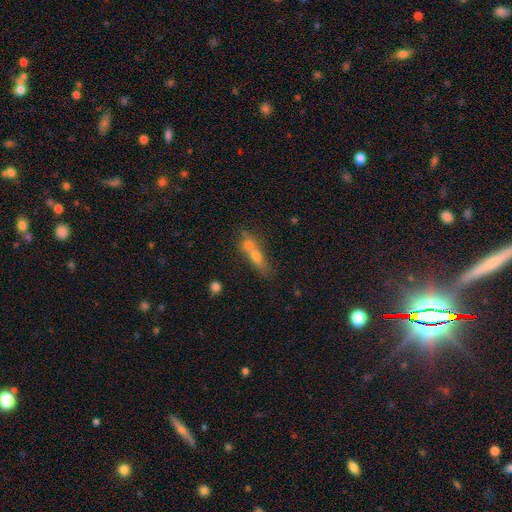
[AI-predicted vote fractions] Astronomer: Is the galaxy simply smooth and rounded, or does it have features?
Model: smooth — 56%.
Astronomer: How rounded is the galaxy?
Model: in between — 43% (runner-up: cigar-shaped, 29%).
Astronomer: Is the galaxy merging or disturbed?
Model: merger — 62%.